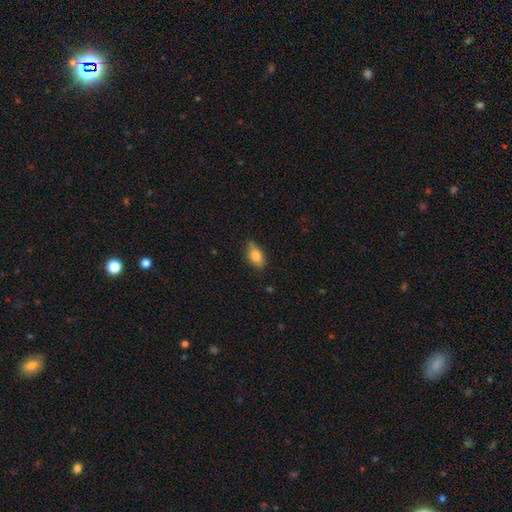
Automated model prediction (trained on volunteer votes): Q: Smooth or featured?
A: smooth (79%); runner-up: featured or disk (13%)
Q: How rounded?
A: in between (87%); runner-up: round (7%)
Q: Merging?
A: none (69%); runner-up: minor disturbance (25%)